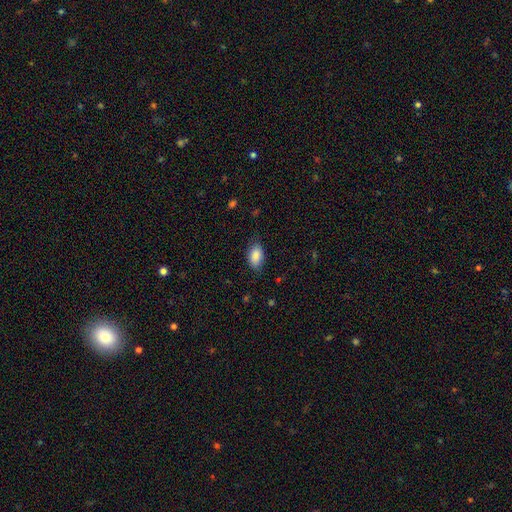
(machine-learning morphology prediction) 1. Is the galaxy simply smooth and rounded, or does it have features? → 86% smooth, 7% star or artifact, 7% featured or disk.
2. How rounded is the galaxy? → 91% in between, 7% round, 2% cigar-shaped.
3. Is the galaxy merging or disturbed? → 78% none, 17% minor disturbance, 4% major disturbance, 1% merger.